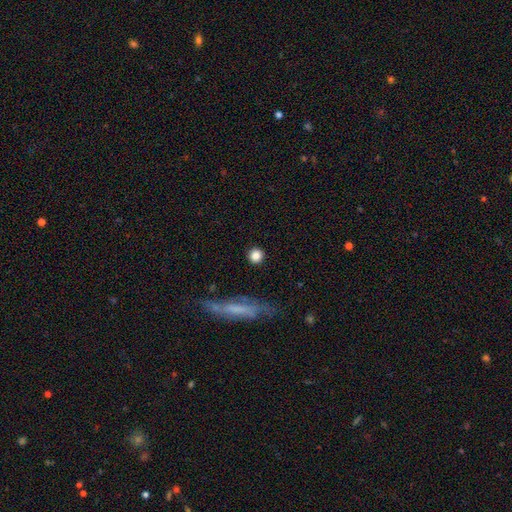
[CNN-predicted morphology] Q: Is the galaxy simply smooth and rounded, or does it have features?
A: smooth — 83%.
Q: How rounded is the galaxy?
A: round — 92%.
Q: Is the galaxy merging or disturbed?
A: none — 89%.